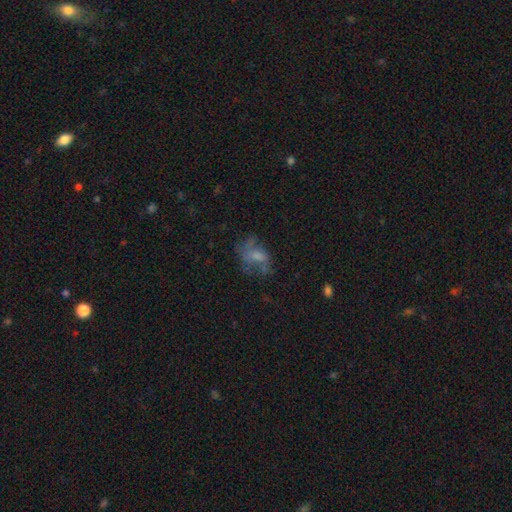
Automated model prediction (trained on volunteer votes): smooth-or-featured: featured or disk: 44% | smooth: 43% | star or artifact: 14%
  merging: none: 43% | major disturbance: 31% | minor disturbance: 23% | merger: 4%